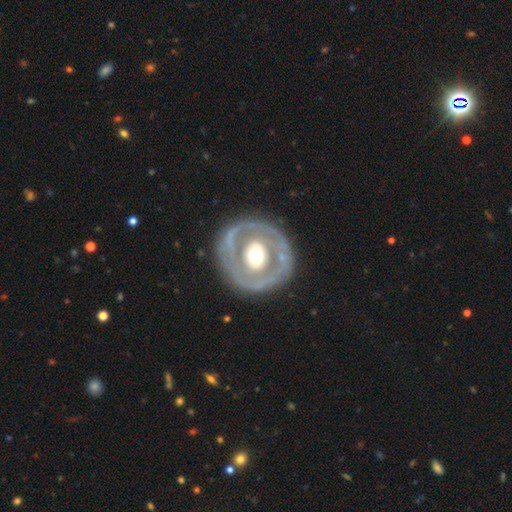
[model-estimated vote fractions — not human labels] smooth_or_featured: featured or disk (p=0.69) [alt: smooth p=0.26]
disk_edge_on: no (p=0.96) [alt: yes p=0.04]
bar: no (p=0.73) [alt: weak p=0.17]
has_spiral_arms: no (p=0.73) [alt: yes p=0.27]
bulge_size: moderate (p=0.64) [alt: large p=0.28]
merging: none (p=0.78) [alt: minor disturbance p=0.13]